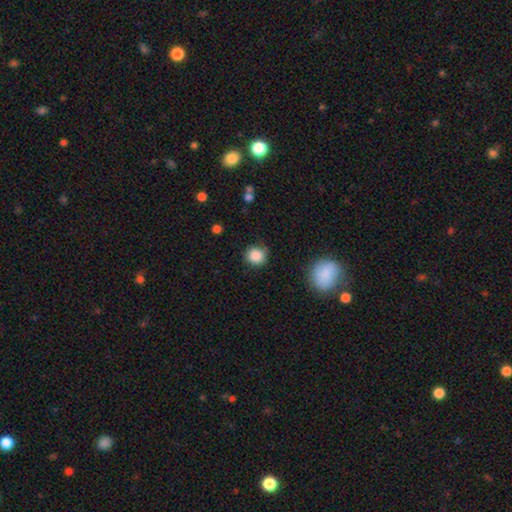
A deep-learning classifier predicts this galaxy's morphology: Smooth or featured? Predicted: smooth (p=0.86). How rounded? Predicted: round (p=0.88). Merging? Predicted: none (p=0.80).